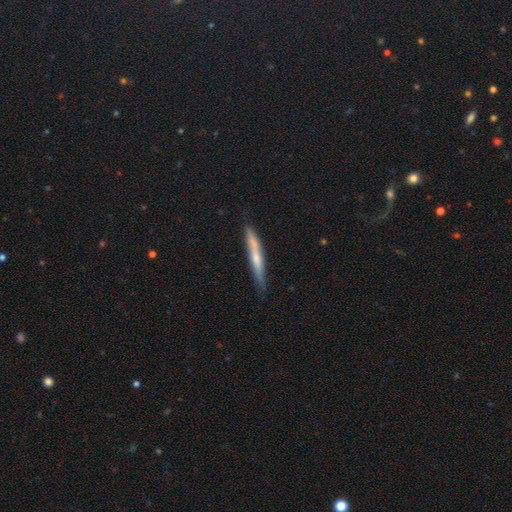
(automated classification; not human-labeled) Q: Smooth or featured?
A: smooth (48%); runner-up: featured or disk (46%)
Q: Merging?
A: none (82%); runner-up: minor disturbance (14%)